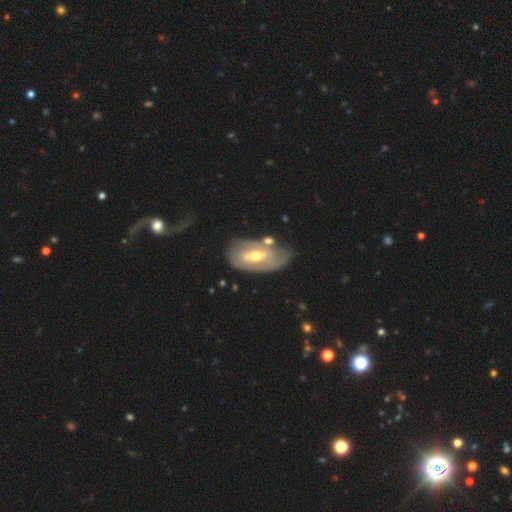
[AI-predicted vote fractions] smooth_or_featured: featured or disk (p=0.72) [alt: smooth p=0.23]
disk_edge_on: no (p=0.91) [alt: yes p=0.09]
bar: weak (p=0.40) [alt: strong p=0.33]
has_spiral_arms: yes (p=0.63) [alt: no p=0.37]
bulge_size: moderate (p=0.66) [alt: small p=0.28]
merging: none (p=0.58) [alt: minor disturbance p=0.23]